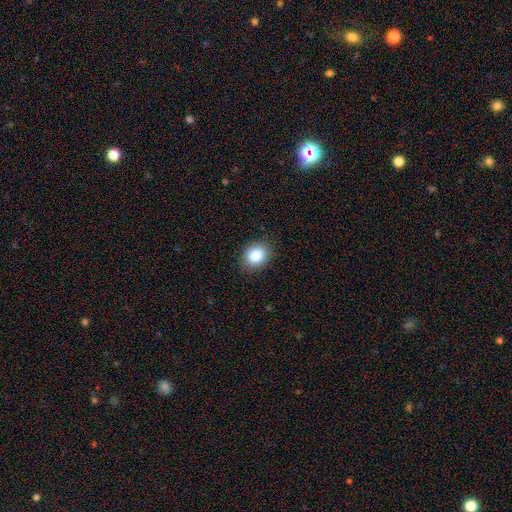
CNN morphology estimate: smooth_or_featured: smooth (p=0.87) [alt: star or artifact p=0.08]
how_rounded: in between (p=0.57) [alt: round p=0.42]
merging: none (p=0.86) [alt: minor disturbance p=0.10]